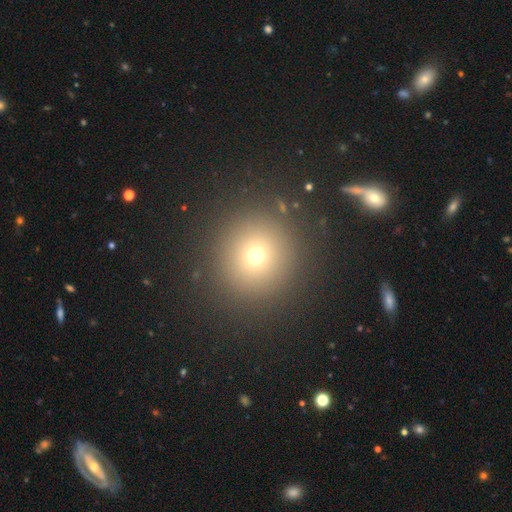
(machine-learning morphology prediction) The model was most divided on "smooth or featured": smooth: 69%, star or artifact: 21%, featured or disk: 10%. More confident: how rounded — round (94%); merging — none (89%).